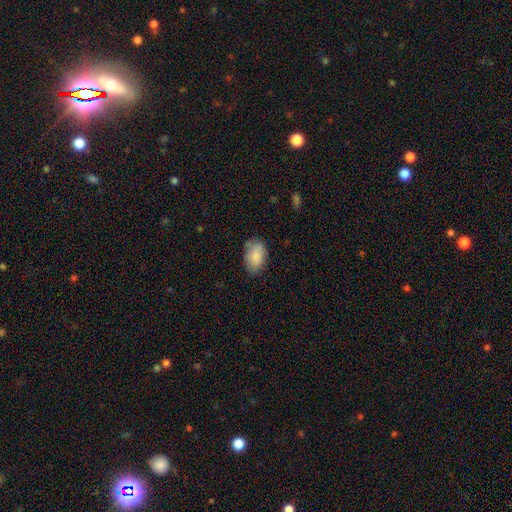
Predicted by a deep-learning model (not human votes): The model was most divided on "merging": none: 67%, minor disturbance: 23%, major disturbance: 5%, merger: 4%. More confident: how rounded — in between (91%); smooth or featured — smooth (86%).